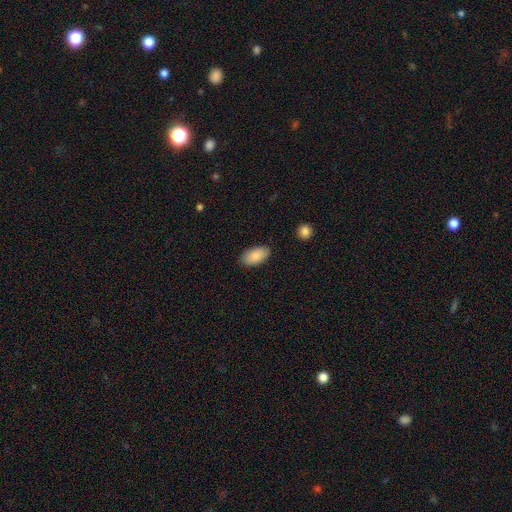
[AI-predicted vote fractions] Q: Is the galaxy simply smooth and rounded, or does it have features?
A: smooth — 86%.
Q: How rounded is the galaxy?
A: in between — 95%.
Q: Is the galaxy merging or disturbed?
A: none — 86%.